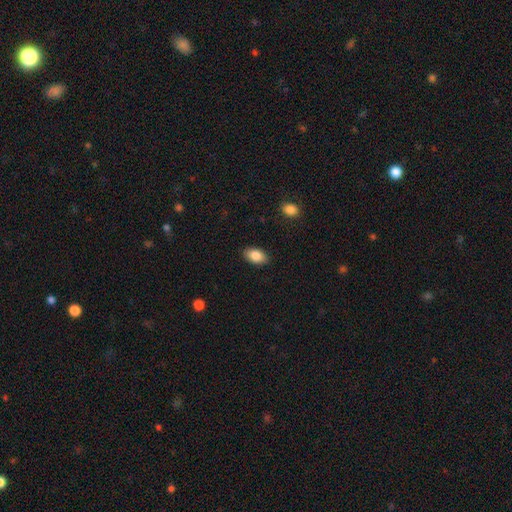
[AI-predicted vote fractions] This is clearly a smooth galaxy (87%). How rounded: clearly in between (92%). Merging: clearly none (88%).